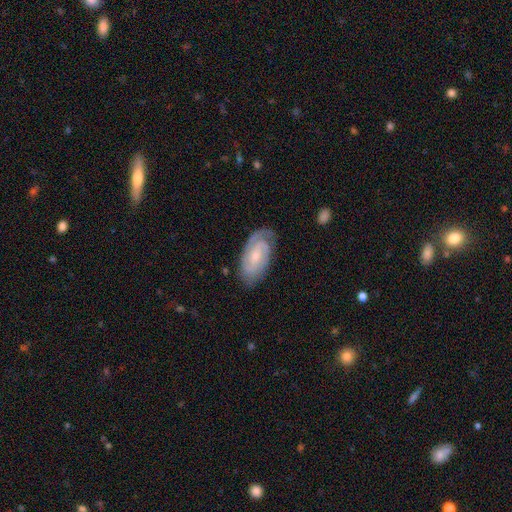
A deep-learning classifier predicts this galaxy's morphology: smooth_or_featured: featured or disk (p=0.82) [alt: smooth p=0.13]
disk_edge_on: no (p=0.96) [alt: yes p=0.04]
bar: no (p=0.53) [alt: weak p=0.38]
has_spiral_arms: yes (p=0.96) [alt: no p=0.04]
spiral_winding: tight (p=0.66) [alt: medium p=0.28]
spiral_arm_count: 2 (p=0.66) [alt: can't tell p=0.15]
bulge_size: small (p=0.64) [alt: moderate p=0.28]
merging: none (p=0.77) [alt: minor disturbance p=0.17]